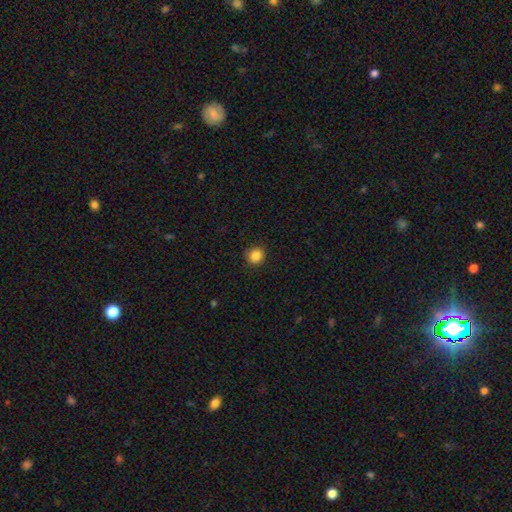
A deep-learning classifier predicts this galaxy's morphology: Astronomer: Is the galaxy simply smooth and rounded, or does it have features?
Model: smooth — 86%.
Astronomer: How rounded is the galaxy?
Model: round — 91%.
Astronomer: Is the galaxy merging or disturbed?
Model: none — 89%.